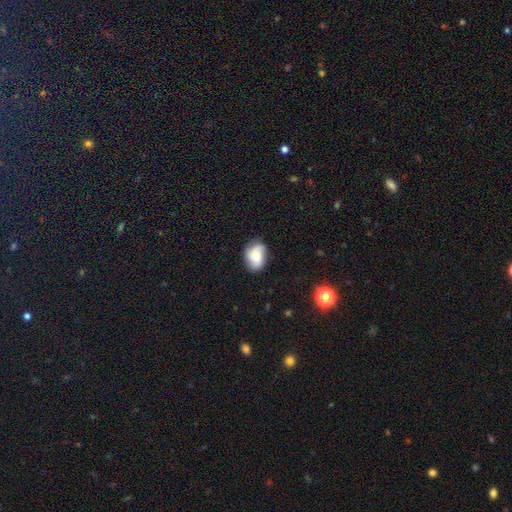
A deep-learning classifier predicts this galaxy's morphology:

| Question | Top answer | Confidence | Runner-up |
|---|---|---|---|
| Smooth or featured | smooth | 55% | featured or disk (35%) |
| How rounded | in between | 75% | round (24%) |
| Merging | none | 71% | minor disturbance (22%) |